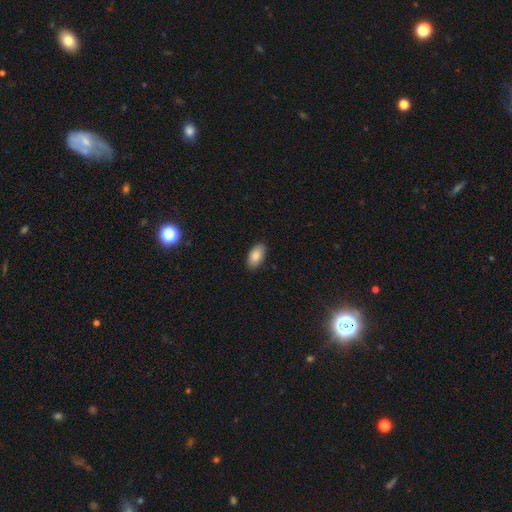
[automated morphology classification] smooth_or_featured: smooth (p=0.86) [alt: featured or disk p=0.07]
how_rounded: in between (p=0.94) [alt: round p=0.03]
merging: none (p=0.89) [alt: minor disturbance p=0.08]